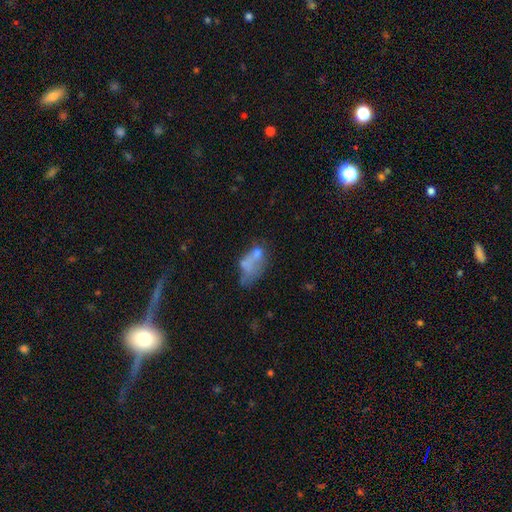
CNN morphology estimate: The model was most divided on "merging": merger: 32%, none: 30%, major disturbance: 20%, minor disturbance: 18%. More confident: how rounded — in between (83%); smooth or featured — smooth (50%).